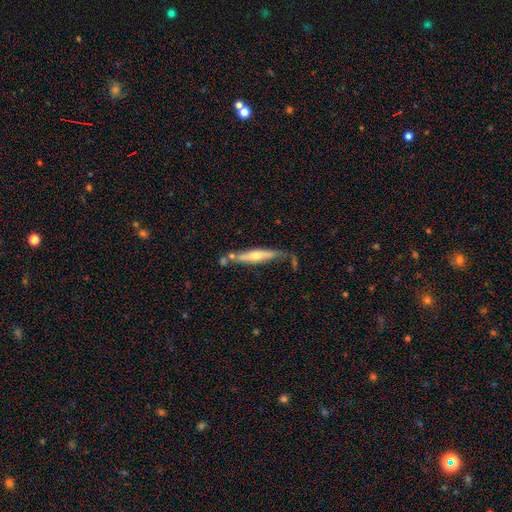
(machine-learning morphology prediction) This appears to be a featured or disk galaxy (56%) viewed edge-on (88%). Merging: none (59%).